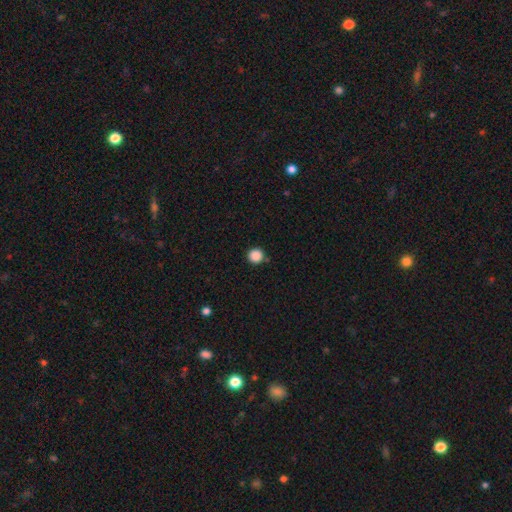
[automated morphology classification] Q: Smooth or featured?
A: smooth (88%); runner-up: star or artifact (10%)
Q: How rounded?
A: round (95%); runner-up: in between (4%)
Q: Merging?
A: none (85%); runner-up: minor disturbance (9%)